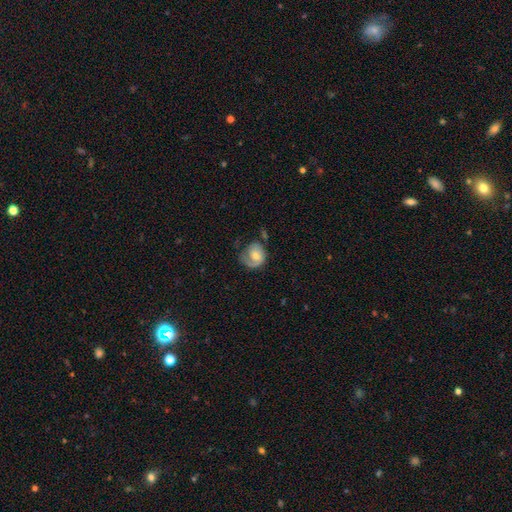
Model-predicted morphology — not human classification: This is possibly a featured or disk galaxy (57%). It is clearly not viewed edge-on (97%). Bar: likely no (64%). Spiral arm pattern: clearly yes (83%). Central bulge: possibly moderate (55%). Merging: possibly none (48%).